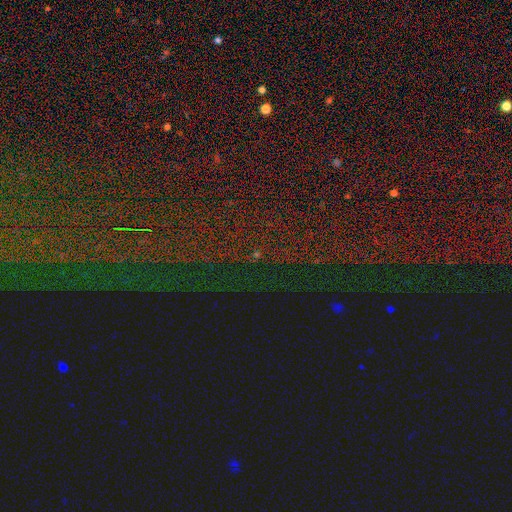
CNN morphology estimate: Smooth or featured? Predicted: star or artifact (p=0.85).